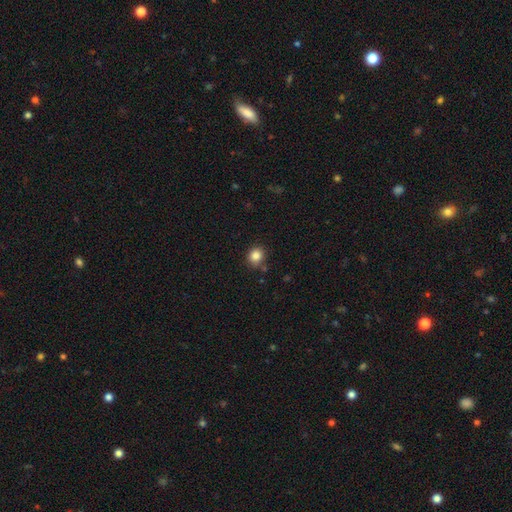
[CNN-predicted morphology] Overall: smooth (85%). How rounded: round (79%). Merging: none (82%).